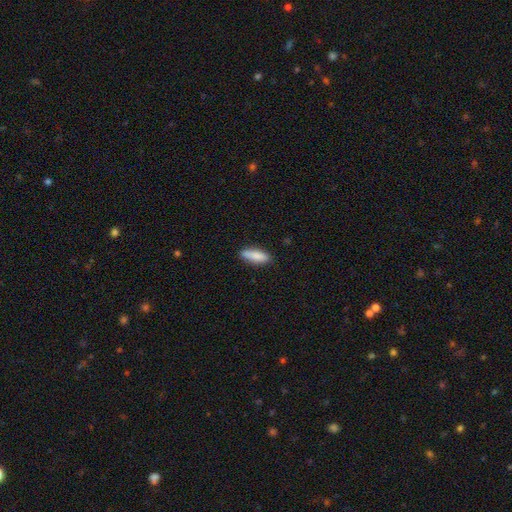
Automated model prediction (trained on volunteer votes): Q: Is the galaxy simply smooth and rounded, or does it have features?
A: smooth — 85%.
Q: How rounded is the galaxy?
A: in between — 52%.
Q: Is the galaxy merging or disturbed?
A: none — 83%.